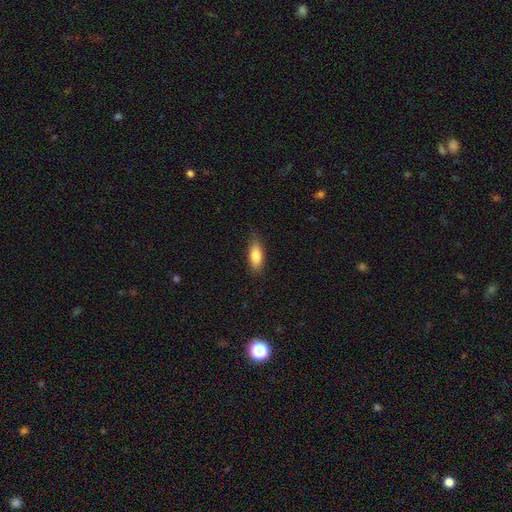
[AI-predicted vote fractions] The model was most divided on "how rounded": in between: 75%, cigar-shaped: 23%, round: 2%. More confident: smooth or featured — smooth (84%); merging — none (81%).